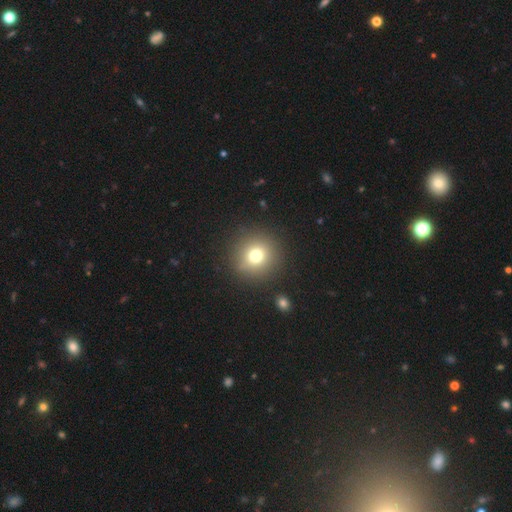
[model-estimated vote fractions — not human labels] Smooth or featured? Predicted: smooth (p=0.73). How rounded? Predicted: round (p=0.93). Merging? Predicted: none (p=0.89).